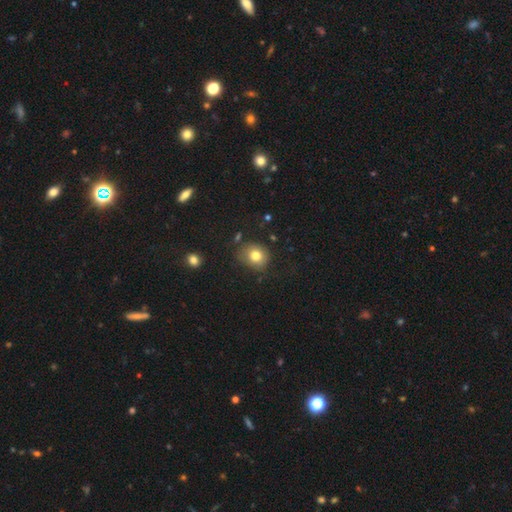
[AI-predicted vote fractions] smooth_or_featured: smooth (p=0.79) [alt: star or artifact p=0.12]
how_rounded: round (p=0.72) [alt: in between p=0.27]
merging: none (p=0.75) [alt: minor disturbance p=0.18]